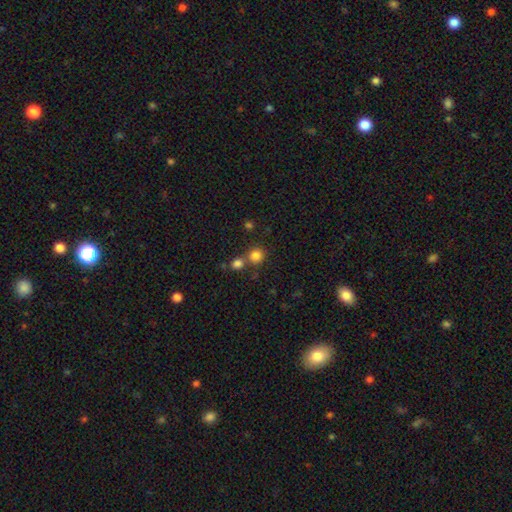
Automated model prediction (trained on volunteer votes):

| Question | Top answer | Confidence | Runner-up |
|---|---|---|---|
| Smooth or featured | smooth | 81% | star or artifact (13%) |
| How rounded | round | 90% | in between (9%) |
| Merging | none | 64% | merger (27%) |